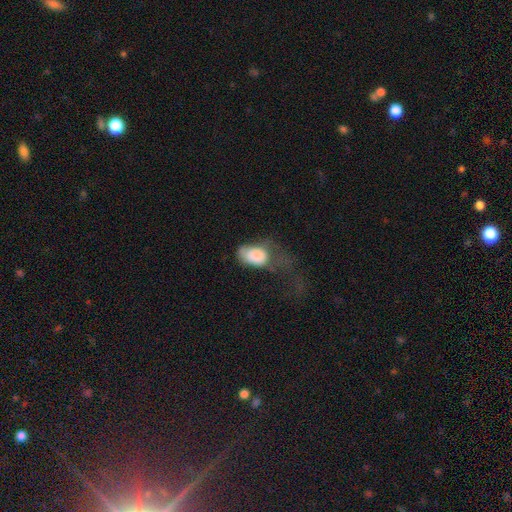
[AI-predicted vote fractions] smooth 80%, featured or disk 13%, star or artifact 7%. Down the decision tree: how rounded — in between (89%); merging — major disturbance (53%).